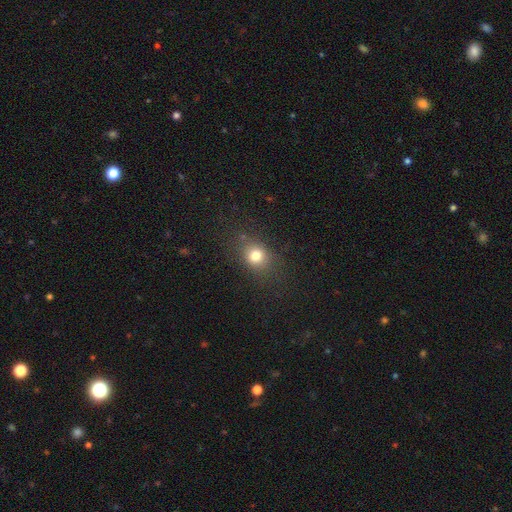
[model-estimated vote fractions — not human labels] This is likely a smooth galaxy (78%). How rounded: possibly round (59%). Merging: likely none (77%).